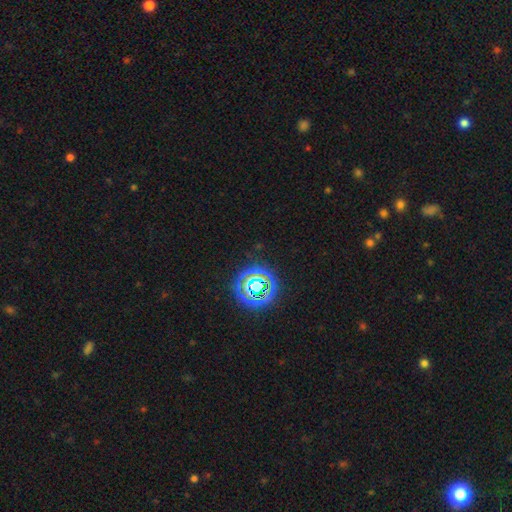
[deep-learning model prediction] star or artifact 51%, smooth 32%, featured or disk 17%.